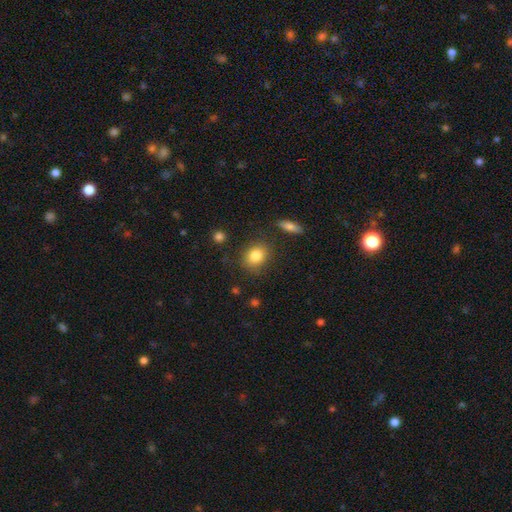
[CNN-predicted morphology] smooth-or-featured: smooth: 83% | star or artifact: 9% | featured or disk: 8%
  how-rounded: round: 50% | in between: 49% | cigar-shaped: 1%
  merging: none: 82% | minor disturbance: 12% | major disturbance: 3% | merger: 3%